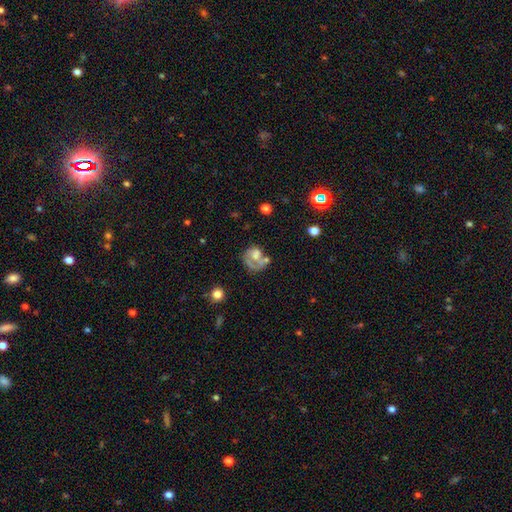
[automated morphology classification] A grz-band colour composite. It shows a featured or disk galaxy (48%). Merging: none (32%).